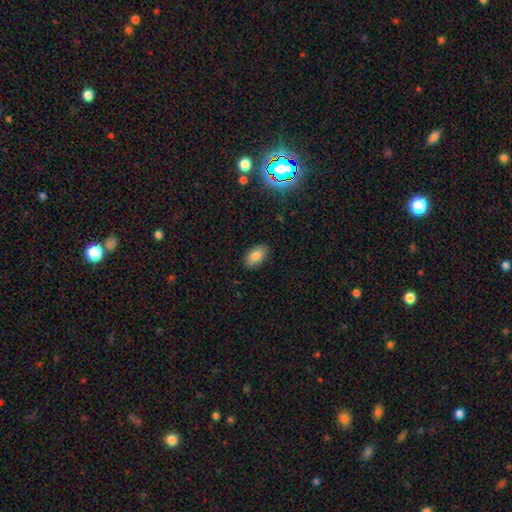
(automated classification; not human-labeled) A smooth galaxy with no disk features (83%) that is in between round and cigar-shaped (93%). Merging: none (87%).